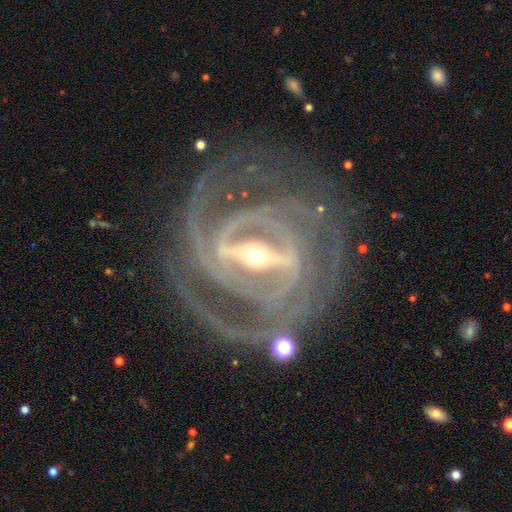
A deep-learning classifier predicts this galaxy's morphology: Smooth or featured: featured or disk — 92% (star or artifact — 4%)
Edge-on disk: no — 96% (yes — 4%)
Bar: strong — 83% (weak — 12%)
Spiral arms: yes — 96% (no — 4%)
Spiral winding: tight — 55% (medium — 34%)
Spiral arm count: 2 — 31% (can't tell — 18%)
Bulge size: small — 53% (moderate — 41%)
Merging: none — 64% (major disturbance — 18%)